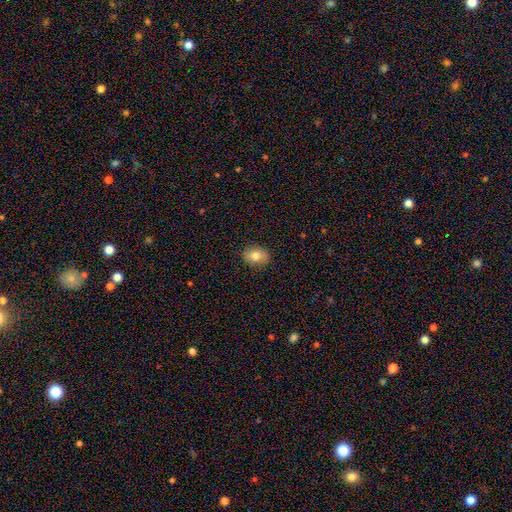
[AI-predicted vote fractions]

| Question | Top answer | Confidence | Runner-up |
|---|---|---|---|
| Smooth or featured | smooth | 80% | featured or disk (12%) |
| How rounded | in between | 59% | round (40%) |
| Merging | none | 88% | minor disturbance (9%) |